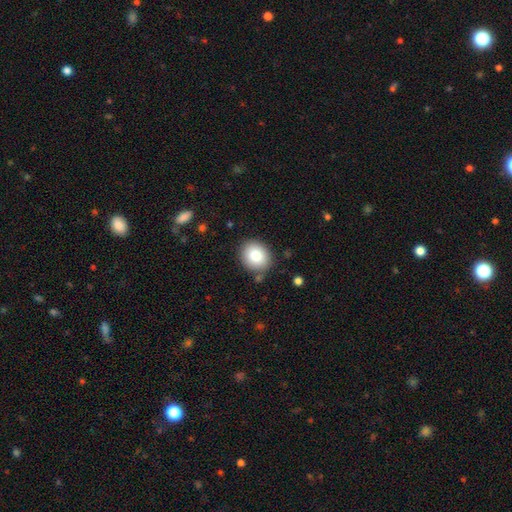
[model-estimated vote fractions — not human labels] smooth_or_featured: smooth (p=0.82) [alt: featured or disk p=0.10]
how_rounded: round (p=0.66) [alt: in between p=0.33]
merging: none (p=0.85) [alt: minor disturbance p=0.10]